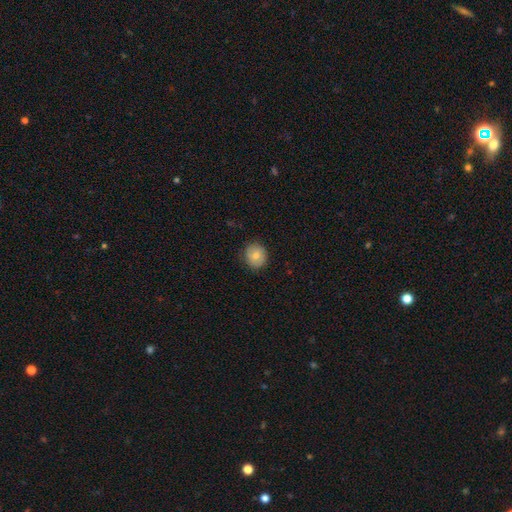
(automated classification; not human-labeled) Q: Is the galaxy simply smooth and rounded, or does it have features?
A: smooth — 74%.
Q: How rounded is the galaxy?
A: round — 81%.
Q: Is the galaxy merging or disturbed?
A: none — 83%.